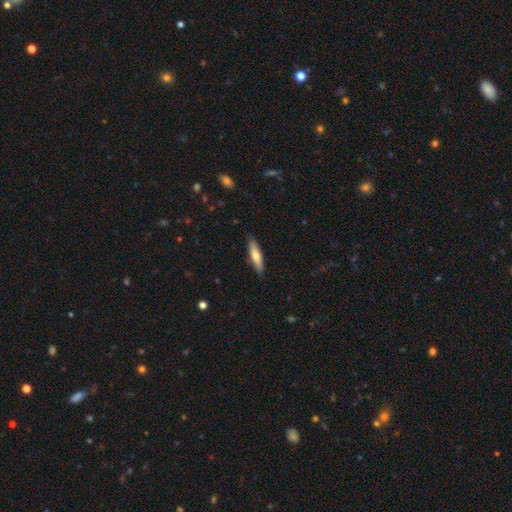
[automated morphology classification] smooth-or-featured: smooth: 64% | featured or disk: 31% | star or artifact: 6%
  how-rounded: cigar-shaped: 73% | in between: 25% | round: 2%
  merging: none: 87% | minor disturbance: 10% | major disturbance: 2% | merger: 1%